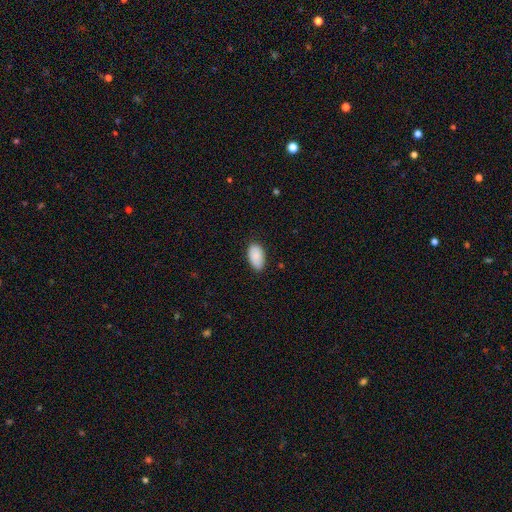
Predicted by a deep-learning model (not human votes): Q: Smooth or featured?
A: smooth (89%); runner-up: star or artifact (6%)
Q: How rounded?
A: in between (95%); runner-up: round (3%)
Q: Merging?
A: none (83%); runner-up: minor disturbance (14%)